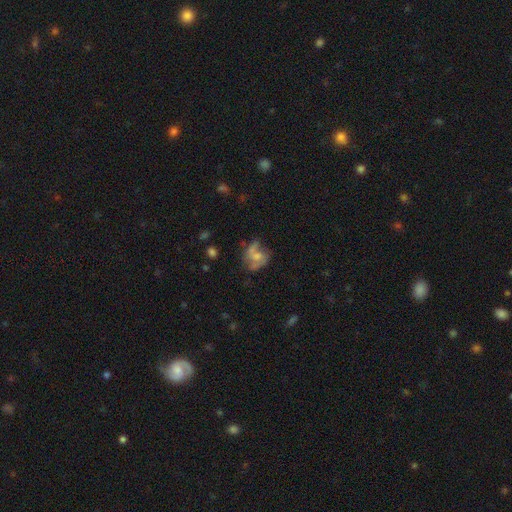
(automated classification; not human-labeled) Smooth or featured? featured or disk (51%)
Edge-on disk? no (97%)
Merging? none (38%)